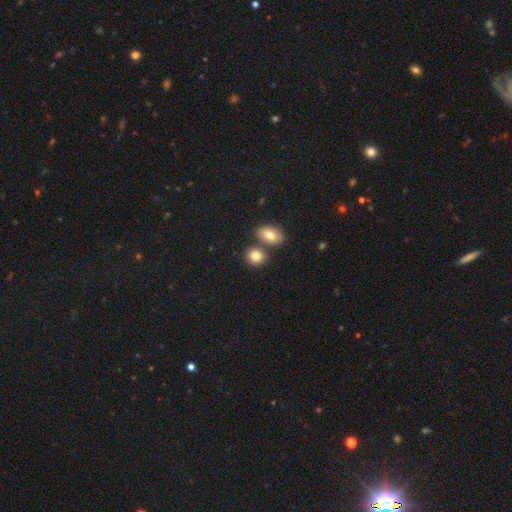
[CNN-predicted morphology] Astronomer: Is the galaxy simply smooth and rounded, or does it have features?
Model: smooth — 83%.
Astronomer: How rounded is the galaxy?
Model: round — 64%.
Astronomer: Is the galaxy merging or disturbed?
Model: none — 63%.